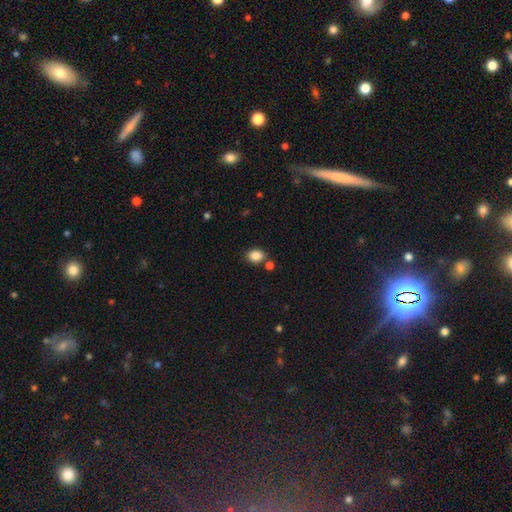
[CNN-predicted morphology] The model was most divided on "how rounded": in between: 63%, round: 36%, cigar-shaped: 1%. More confident: smooth or featured — smooth (86%); merging — none (73%).